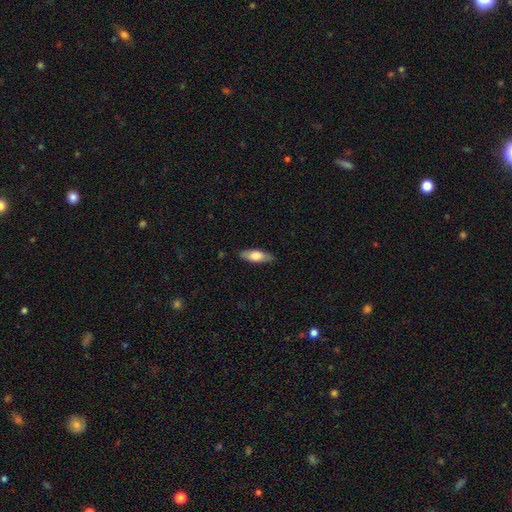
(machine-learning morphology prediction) Smooth or featured? smooth (68%)
How rounded? in between (61%)
Merging? none (85%)